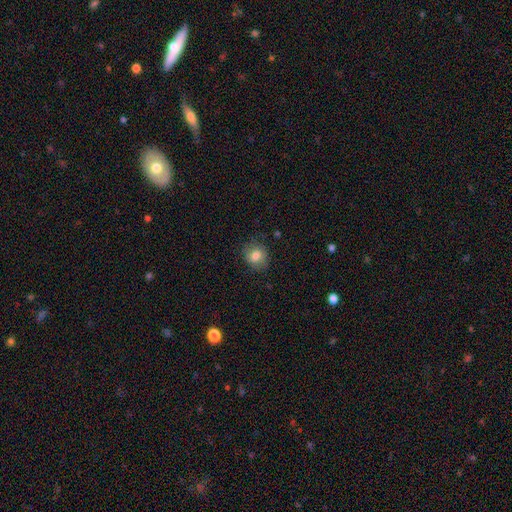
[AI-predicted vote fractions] smooth 78%, featured or disk 12%, star or artifact 10%. Down the decision tree: how rounded — round (74%); merging — none (80%).